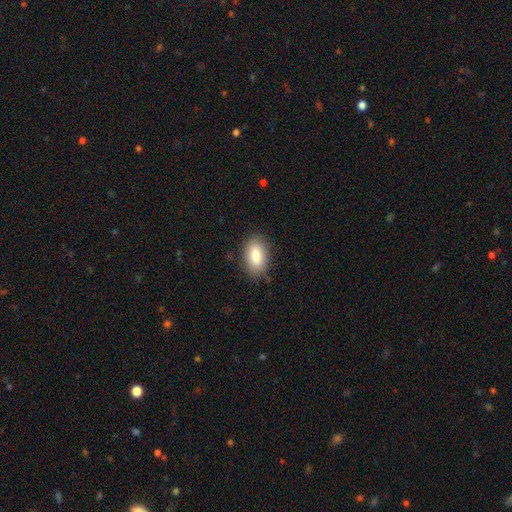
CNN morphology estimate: smooth_or_featured: smooth (p=0.86) [alt: featured or disk p=0.08]
how_rounded: in between (p=0.93) [alt: round p=0.04]
merging: none (p=0.84) [alt: minor disturbance p=0.12]